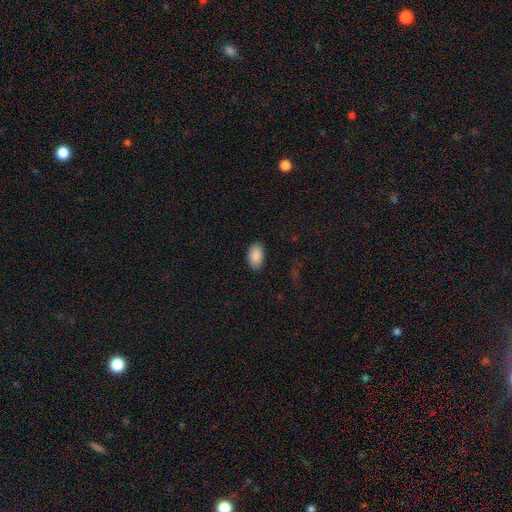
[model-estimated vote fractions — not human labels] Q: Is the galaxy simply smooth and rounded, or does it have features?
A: smooth — 89%.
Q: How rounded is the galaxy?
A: in between — 94%.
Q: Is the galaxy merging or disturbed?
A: none — 88%.